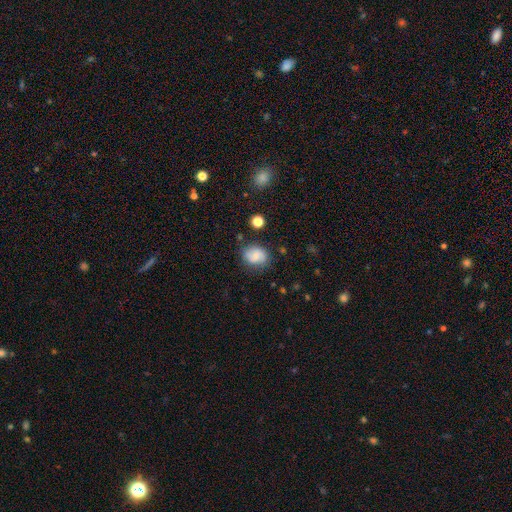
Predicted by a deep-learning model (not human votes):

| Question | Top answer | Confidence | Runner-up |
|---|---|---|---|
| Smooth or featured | smooth | 64% | featured or disk (25%) |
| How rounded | round | 50% | in between (49%) |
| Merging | none | 71% | minor disturbance (21%) |